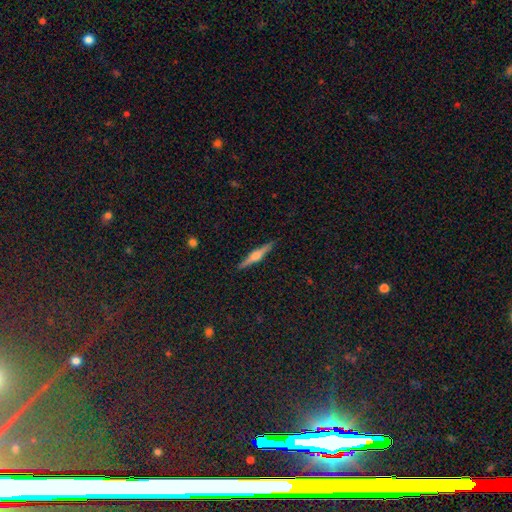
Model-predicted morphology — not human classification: featured or disk 68%, smooth 26%, star or artifact 6%. Down the decision tree: edge-on disk — yes (98%); edge-on bulge — rounded (90%); merging — none (91%).